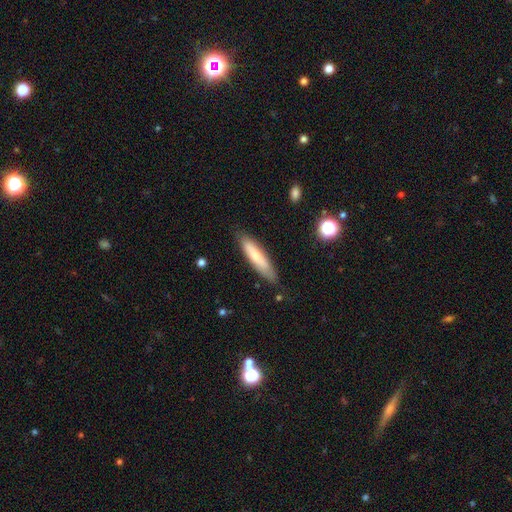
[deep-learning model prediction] Smooth or featured? Predicted: smooth (p=0.69). How rounded? Predicted: cigar-shaped (p=0.81). Merging? Predicted: none (p=0.82).